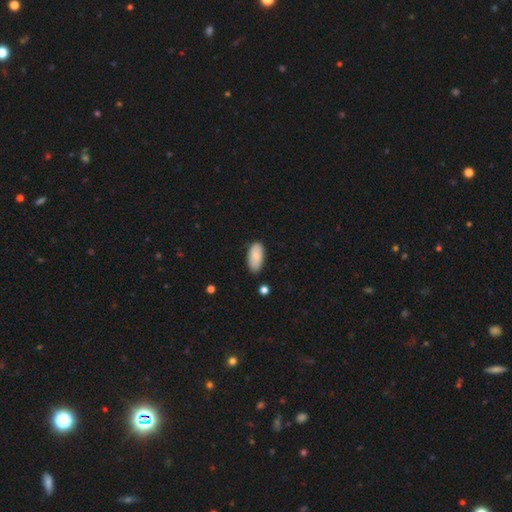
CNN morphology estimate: A smooth galaxy with no disk features (84%) that is in between round and cigar-shaped (93%).

Vote fractions:
- Smooth or featured? smooth: 84% / featured or disk: 10% / star or artifact: 6%
- How rounded? in between: 93% / cigar-shaped: 5% / round: 2%
- Merging? none: 80% / minor disturbance: 15% / major disturbance: 3% / merger: 2%